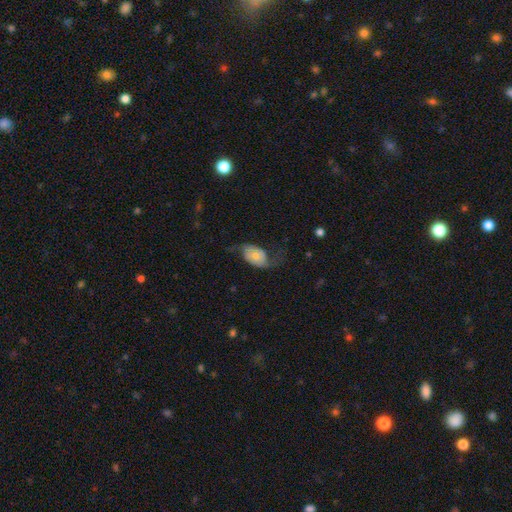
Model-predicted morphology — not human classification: type=featured or disk (53%); edge-on=no (92%); merging=none (47%).